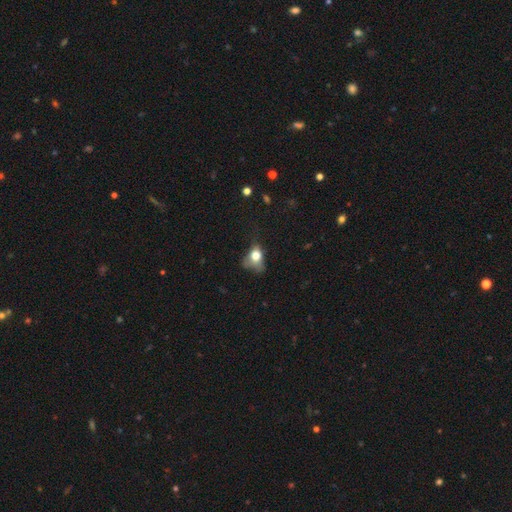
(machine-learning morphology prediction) This is likely a smooth galaxy (71%). How rounded: likely in between (65%). Merging: marginally major disturbance (41%).